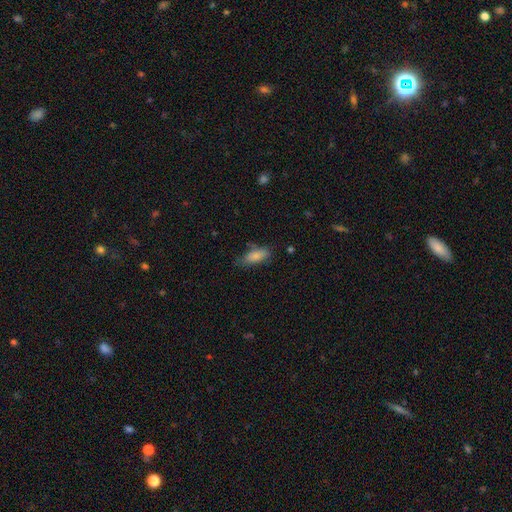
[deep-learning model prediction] smooth-or-featured: smooth: 83% | featured or disk: 9% | star or artifact: 7%
  how-rounded: in between: 78% | cigar-shaped: 19% | round: 2%
  merging: none: 67% | minor disturbance: 24% | major disturbance: 6% | merger: 4%